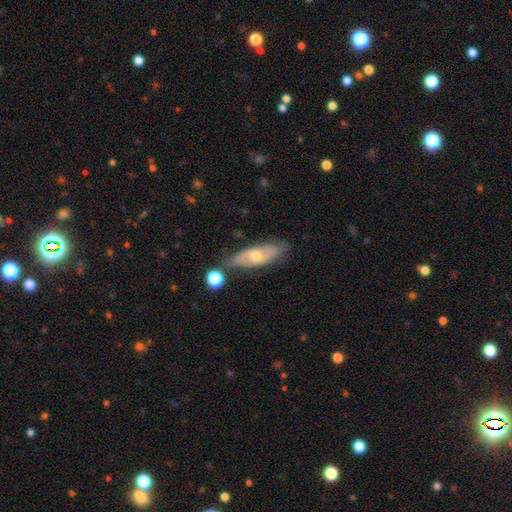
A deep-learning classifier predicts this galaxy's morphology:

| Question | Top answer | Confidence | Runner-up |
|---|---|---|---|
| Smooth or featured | featured or disk | 53% | smooth (40%) |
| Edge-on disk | no | 74% | yes (26%) |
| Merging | none | 69% | minor disturbance (20%) |